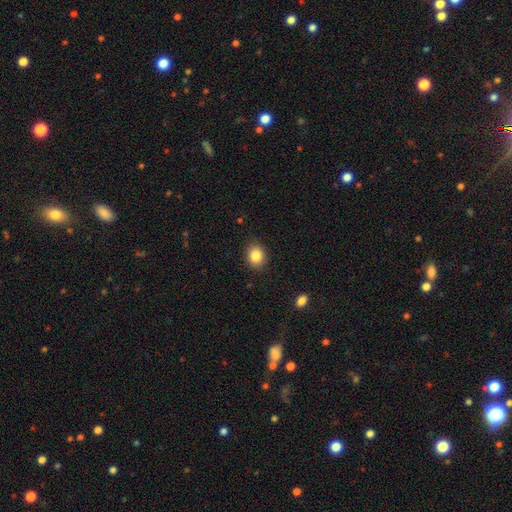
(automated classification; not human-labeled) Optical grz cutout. It shows a smooth galaxy with no disk features (85%) that is round (58%). Merging: none (88%).